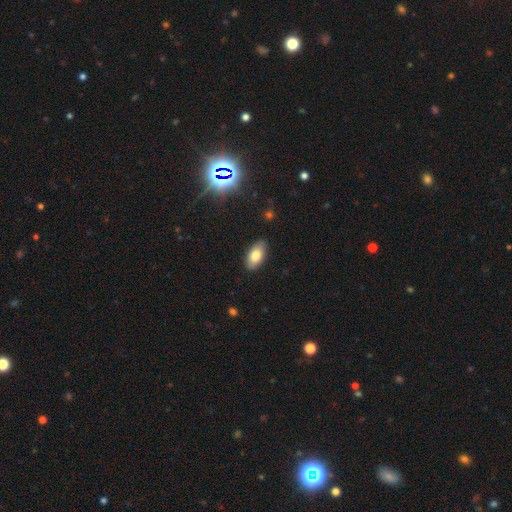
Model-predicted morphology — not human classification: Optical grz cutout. It shows a smooth galaxy with no disk features (79%) that is in between round and cigar-shaped (93%). Merging: none (87%).